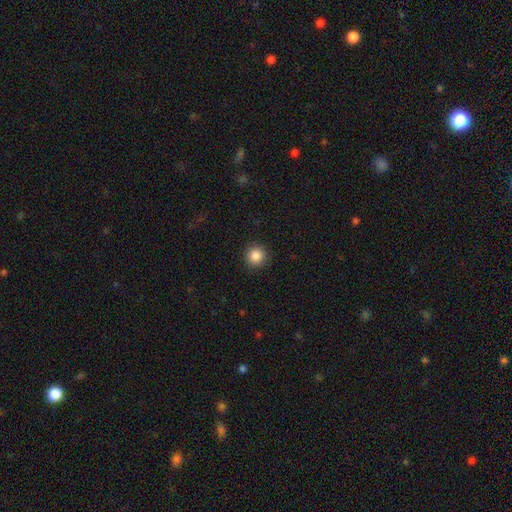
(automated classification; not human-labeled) This appears to be a smooth galaxy with no disk features (86%) that is round (95%). Merging: none (92%).